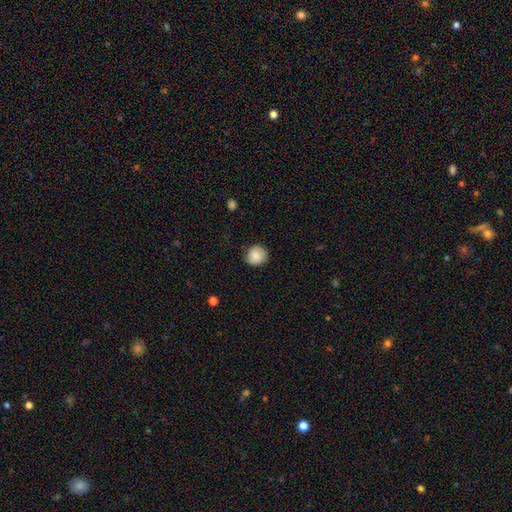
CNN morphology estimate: Smooth or featured? Predicted: smooth (p=0.85). How rounded? Predicted: round (p=0.91). Merging? Predicted: none (p=0.85).